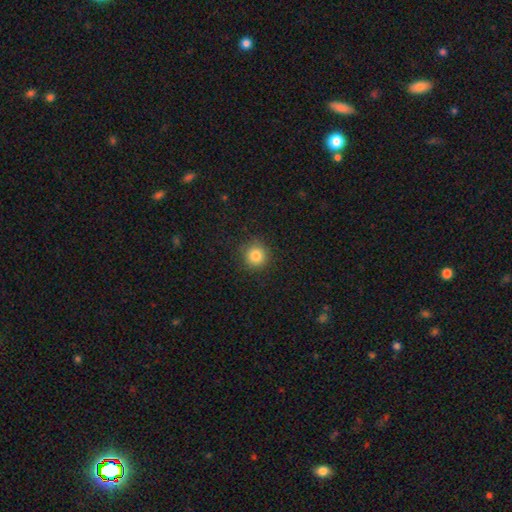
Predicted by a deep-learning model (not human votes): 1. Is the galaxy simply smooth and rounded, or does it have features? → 83% smooth, 12% star or artifact, 6% featured or disk.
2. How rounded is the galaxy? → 94% round, 5% in between, 1% cigar-shaped.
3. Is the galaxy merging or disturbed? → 88% none, 8% minor disturbance, 3% major disturbance, 1% merger.